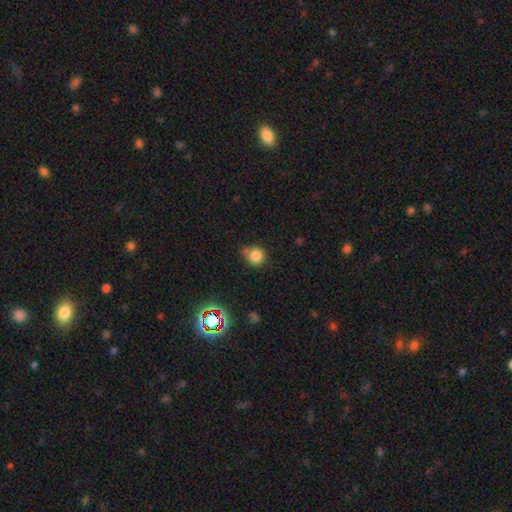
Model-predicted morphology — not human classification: smooth 83%, star or artifact 12%, featured or disk 5%. Down the decision tree: how rounded — round (89%); merging — none (69%).